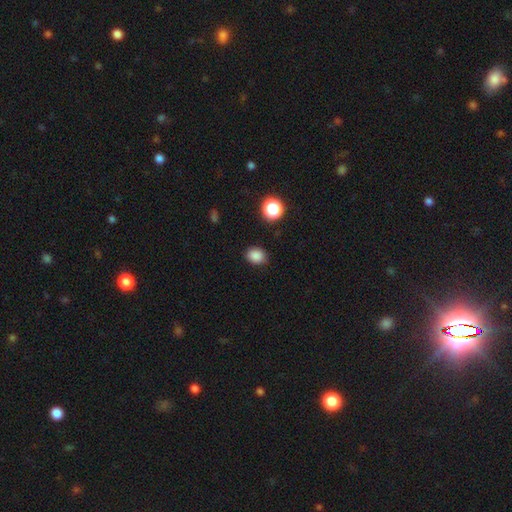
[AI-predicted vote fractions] Smooth or featured?
  - smooth: 85% *
  - star or artifact: 11%
  - featured or disk: 3%
How rounded?
  - in between: 51% *
  - round: 48%
  - cigar-shaped: 1%
Merging?
  - none: 86% *
  - minor disturbance: 10%
  - major disturbance: 3%
  - merger: 1%